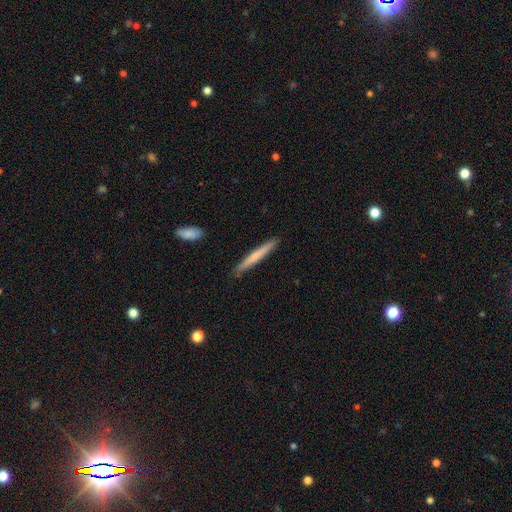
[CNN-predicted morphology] This appears to be a smooth galaxy with no disk features (67%) that is cigar-shaped (96%). Merging: none (90%).